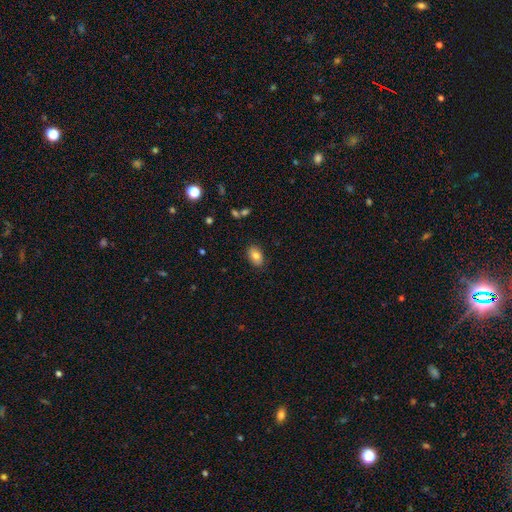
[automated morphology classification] Smooth or featured? smooth (81%)
How rounded? in between (86%)
Merging? none (85%)